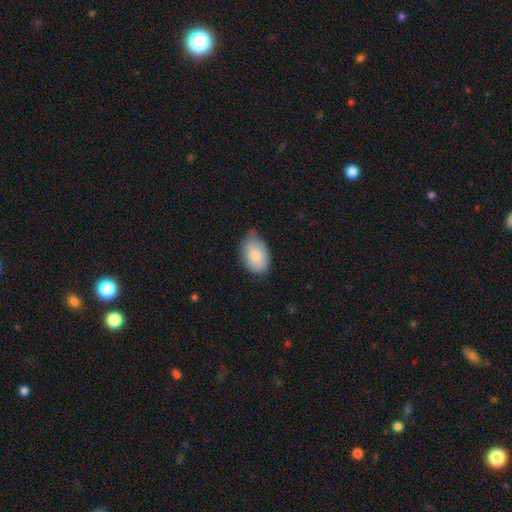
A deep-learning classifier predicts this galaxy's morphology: Smooth or featured: smooth — 81% (featured or disk — 12%)
How rounded: in between — 87% (round — 12%)
Merging: none — 56% (minor disturbance — 36%)